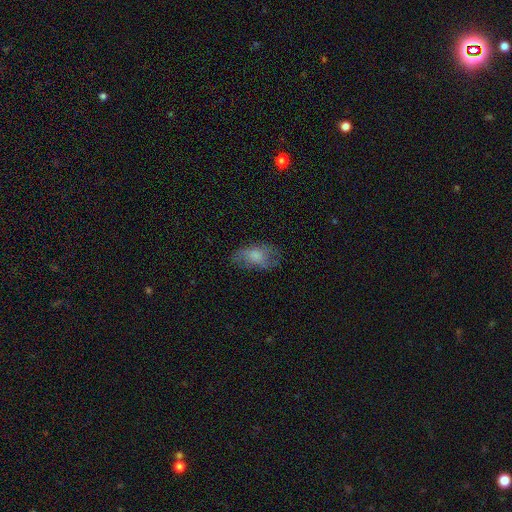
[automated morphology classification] A smooth galaxy with no disk features (60%) that is in between round and cigar-shaped (89%). Merging: none (56%).